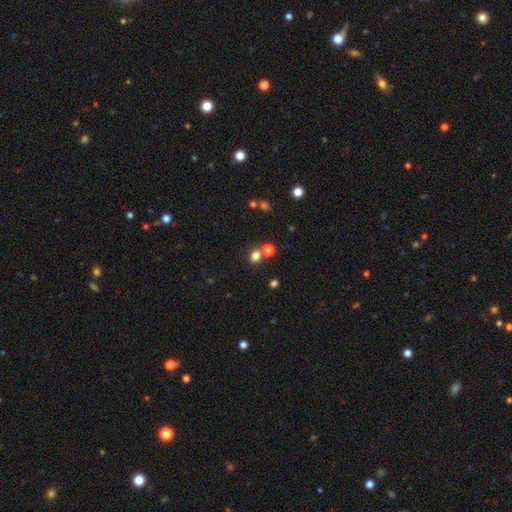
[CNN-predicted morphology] smooth 76%, star or artifact 18%, featured or disk 6%. Down the decision tree: how rounded — round (77%); merging — none (65%).